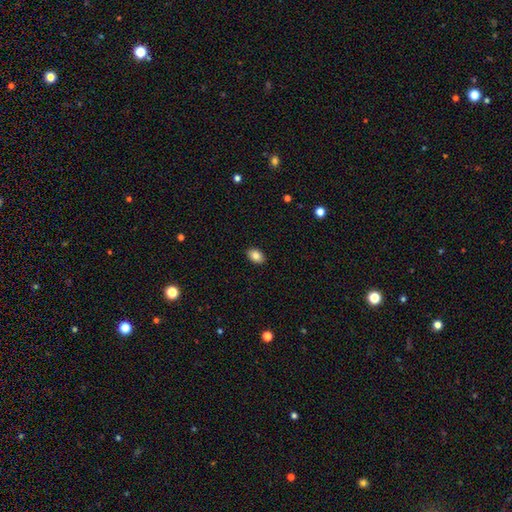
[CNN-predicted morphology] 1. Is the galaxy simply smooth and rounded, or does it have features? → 85% smooth, 8% star or artifact, 7% featured or disk.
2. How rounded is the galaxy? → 87% in between, 12% round, 1% cigar-shaped.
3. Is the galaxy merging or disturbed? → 89% none, 8% minor disturbance, 2% major disturbance, 1% merger.